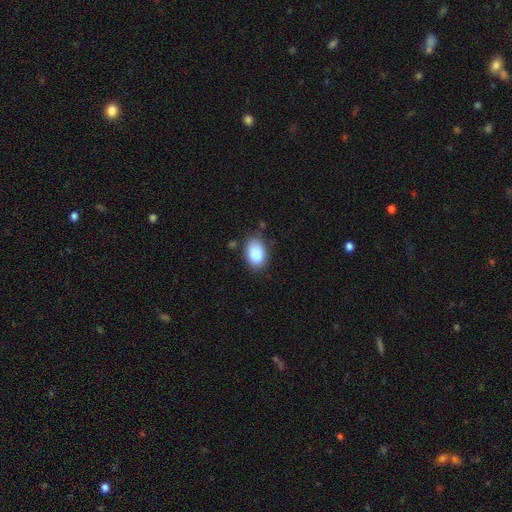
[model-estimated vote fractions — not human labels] The model was most divided on "merging": none: 75%, minor disturbance: 18%, major disturbance: 4%, merger: 3%. More confident: how rounded — in between (90%); smooth or featured — smooth (89%).